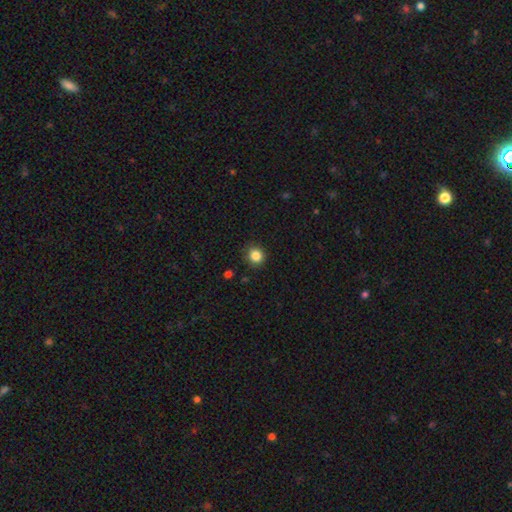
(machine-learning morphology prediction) Smooth or featured?
  - smooth: 85% *
  - star or artifact: 11%
  - featured or disk: 4%
How rounded?
  - round: 87% *
  - in between: 12%
  - cigar-shaped: 1%
Merging?
  - none: 88% *
  - minor disturbance: 8%
  - major disturbance: 2%
  - merger: 1%